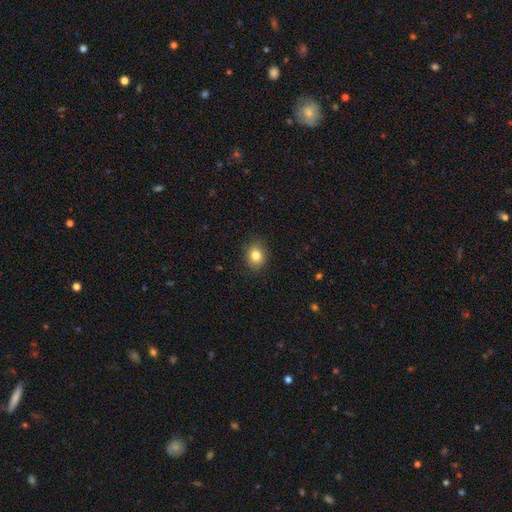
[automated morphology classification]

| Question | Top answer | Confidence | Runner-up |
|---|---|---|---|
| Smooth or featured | smooth | 82% | star or artifact (11%) |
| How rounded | round | 60% | in between (39%) |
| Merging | none | 89% | minor disturbance (8%) |